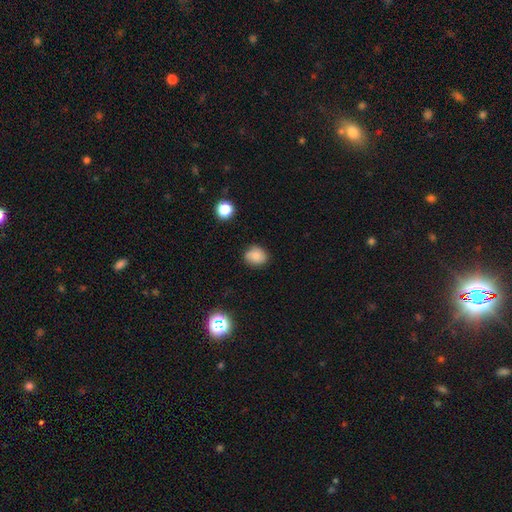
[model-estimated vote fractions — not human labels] Smooth or featured? smooth (79%)
How rounded? round (64%)
Merging? none (81%)